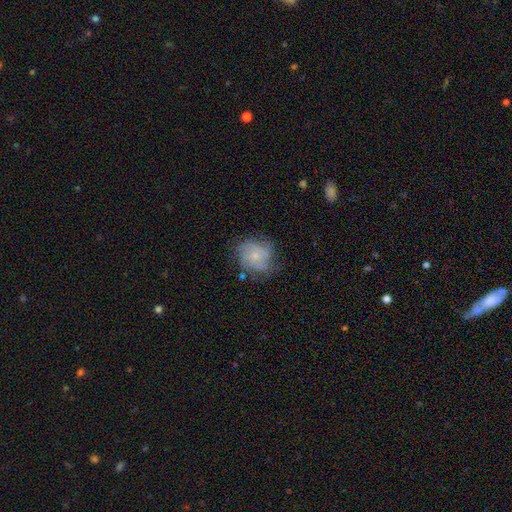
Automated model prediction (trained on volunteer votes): Smooth or featured: featured or disk — 55% (smooth — 37%)
Edge-on disk: no — 98% (yes — 2%)
Bar: no — 83% (weak — 15%)
Spiral arms: yes — 78% (no — 22%)
Bulge size: small — 72% (moderate — 22%)
Merging: none — 62% (minor disturbance — 25%)